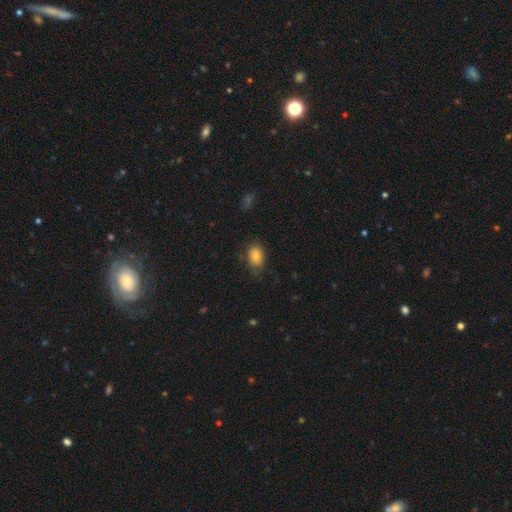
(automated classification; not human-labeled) This is likely a smooth galaxy (80%). How rounded: likely in between (79%). Merging: likely none (69%).